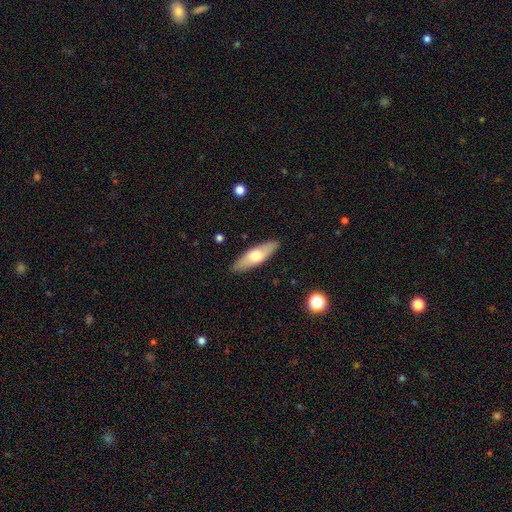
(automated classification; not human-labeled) This appears to be a smooth galaxy with no disk features (60%) that is in between round and cigar-shaped (50%). Merging: none (89%).